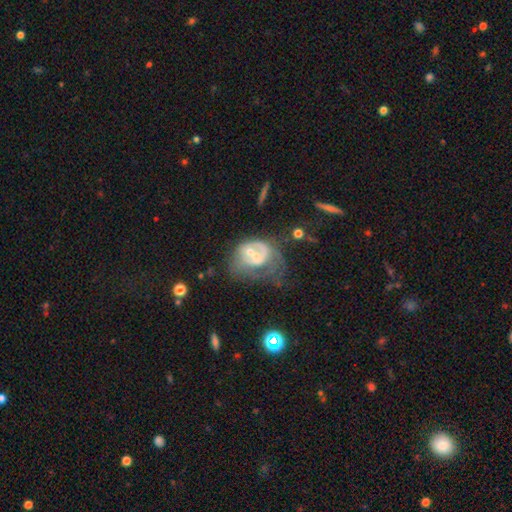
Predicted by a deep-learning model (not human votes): featured or disk 60%, smooth 27%, star or artifact 13%. Down the decision tree: edge-on disk — no (96%); bar — no (73%); spiral arms — no (59%); bulge size — moderate (43%); merging — major disturbance (39%).